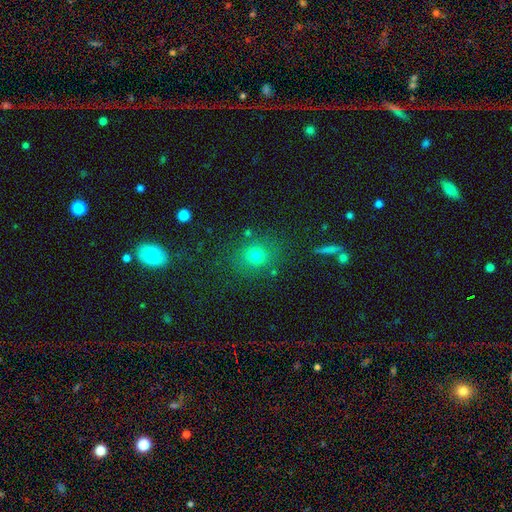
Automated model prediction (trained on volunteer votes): Q: Smooth or featured?
A: smooth (74%); runner-up: star or artifact (17%)
Q: How rounded?
A: round (79%); runner-up: in between (20%)
Q: Merging?
A: none (81%); runner-up: minor disturbance (10%)